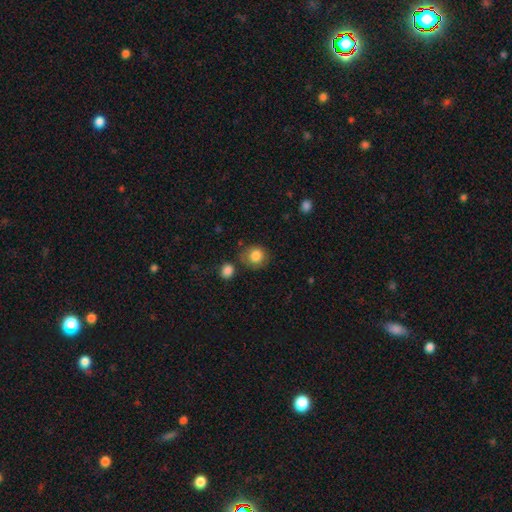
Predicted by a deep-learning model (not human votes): Q: Smooth or featured?
A: smooth (84%); runner-up: star or artifact (9%)
Q: How rounded?
A: round (82%); runner-up: in between (17%)
Q: Merging?
A: none (71%); runner-up: minor disturbance (17%)